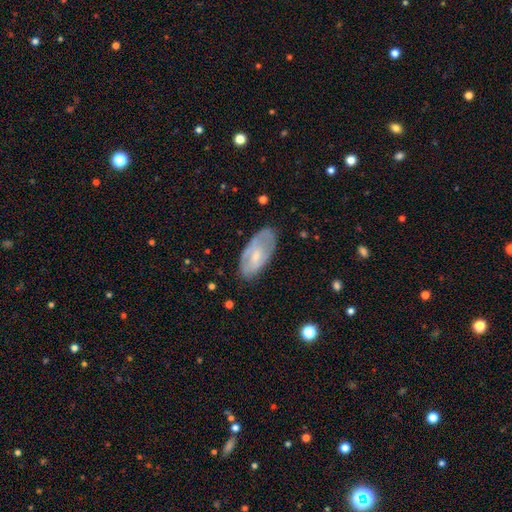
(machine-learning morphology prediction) This is possibly a featured or disk galaxy (48%). Merging: likely none (66%).